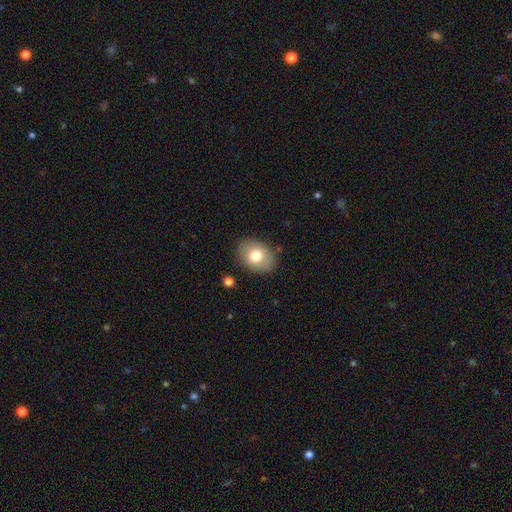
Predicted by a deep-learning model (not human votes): Smooth or featured: smooth — 75% (featured or disk — 18%)
How rounded: in between — 72% (round — 27%)
Merging: none — 85% (minor disturbance — 11%)